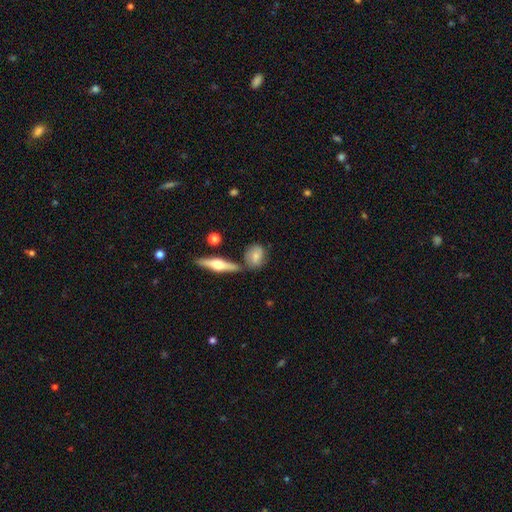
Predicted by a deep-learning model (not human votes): smooth-or-featured: smooth: 64% | featured or disk: 29% | star or artifact: 7%
  how-rounded: in between: 49% | round: 44% | cigar-shaped: 7%
  merging: none: 64% | minor disturbance: 19% | merger: 12% | major disturbance: 5%